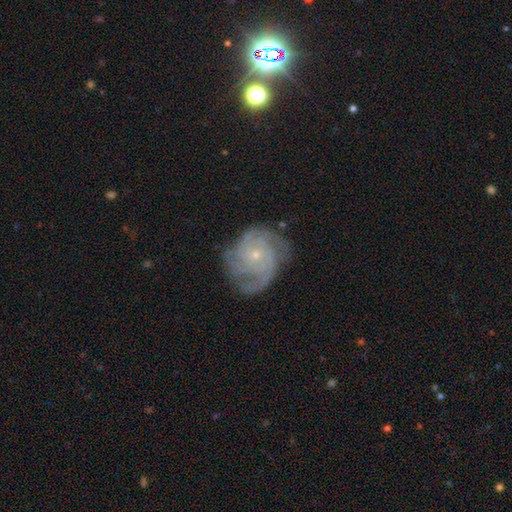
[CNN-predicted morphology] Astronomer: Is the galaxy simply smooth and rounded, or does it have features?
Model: featured or disk — 85%.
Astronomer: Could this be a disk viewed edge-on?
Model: no — 98%.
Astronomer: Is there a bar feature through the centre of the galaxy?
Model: no — 80%.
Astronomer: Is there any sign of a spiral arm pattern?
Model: yes — 96%.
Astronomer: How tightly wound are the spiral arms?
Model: tight — 59%.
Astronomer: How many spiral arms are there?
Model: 3 — 35% (runner-up: 4, 20%).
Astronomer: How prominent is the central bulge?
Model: small — 80%.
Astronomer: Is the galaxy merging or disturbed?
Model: none — 68%.